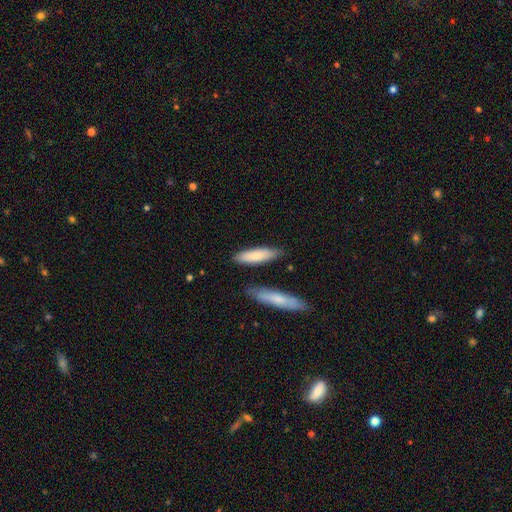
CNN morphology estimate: The model was most divided on "how rounded": cigar-shaped: 63%, in between: 35%, round: 2%. More confident: smooth or featured — smooth (81%); merging — none (79%).